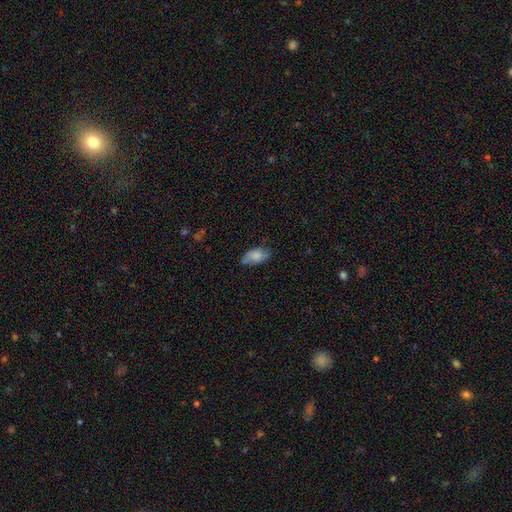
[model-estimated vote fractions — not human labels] The model was most divided on "merging": none: 65%, minor disturbance: 27%, major disturbance: 6%, merger: 2%. More confident: how rounded — in between (93%); smooth or featured — smooth (81%).